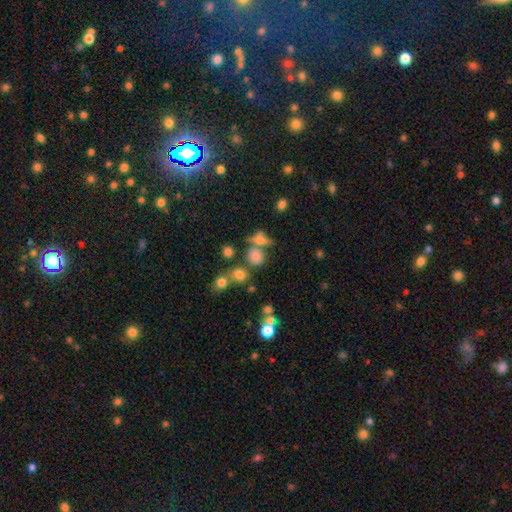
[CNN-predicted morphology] This is likely a smooth galaxy (68%). How rounded: likely round (71%). Merging: possibly none (51%).